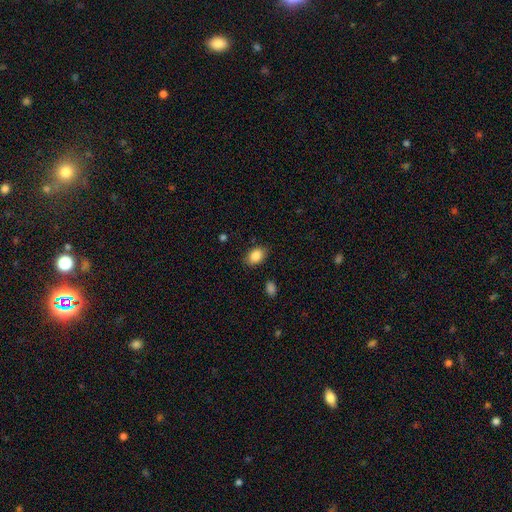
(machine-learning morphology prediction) Q: Smooth or featured?
A: smooth (87%); runner-up: star or artifact (8%)
Q: How rounded?
A: in between (81%); runner-up: round (18%)
Q: Merging?
A: none (83%); runner-up: minor disturbance (12%)